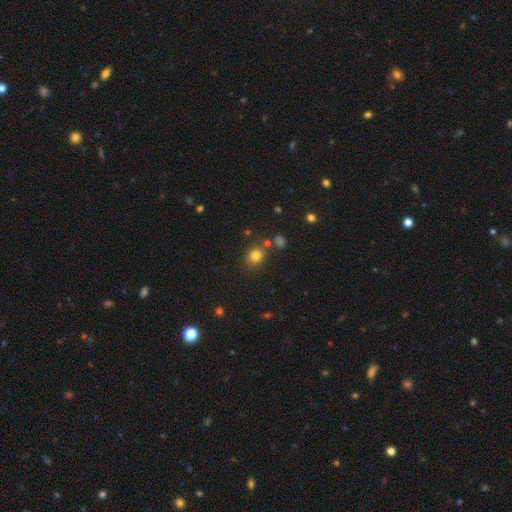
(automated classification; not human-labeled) A smooth galaxy with no disk features (79%) that is round (73%). Merging: none (80%).